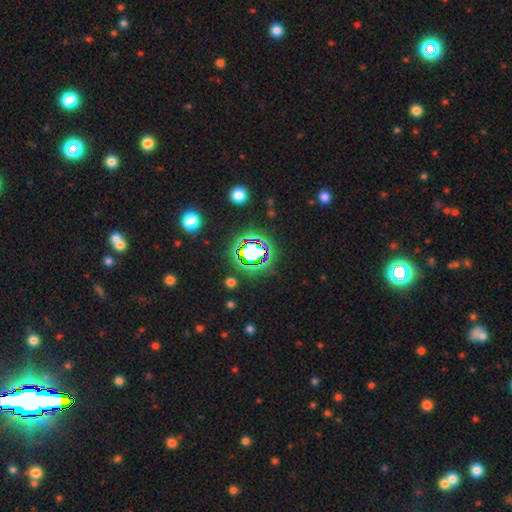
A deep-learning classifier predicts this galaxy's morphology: Overall: star or artifact (67%).